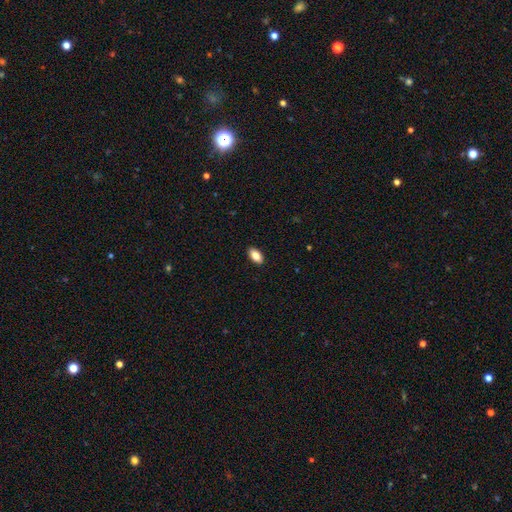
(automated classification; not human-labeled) A smooth galaxy with no disk features (84%) that is in between round and cigar-shaped (92%).

Vote fractions:
- Smooth or featured? smooth: 84% / featured or disk: 8% / star or artifact: 7%
- How rounded? in between: 92% / round: 4% / cigar-shaped: 4%
- Merging? none: 90% / minor disturbance: 7% / major disturbance: 2% / merger: 1%